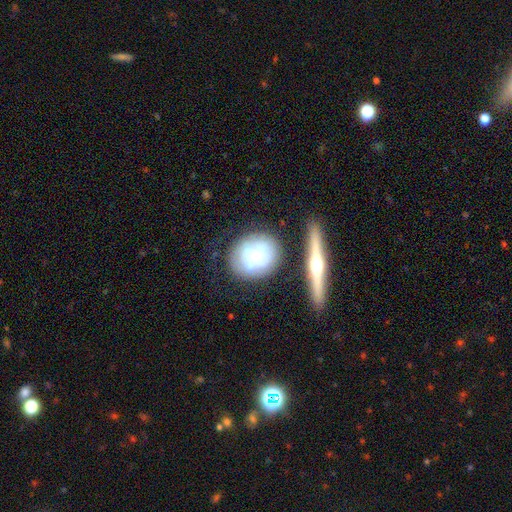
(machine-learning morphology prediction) Smooth or featured? Predicted: featured or disk (p=0.53). Edge-on disk? Predicted: no (p=0.88). Merging? Predicted: none (p=0.64).